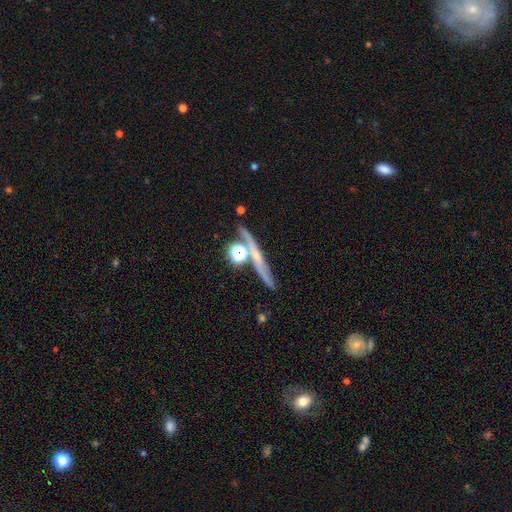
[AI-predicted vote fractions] Q: Smooth or featured?
A: featured or disk (48%); runner-up: smooth (35%)
Q: Merging?
A: none (69%); runner-up: merger (14%)